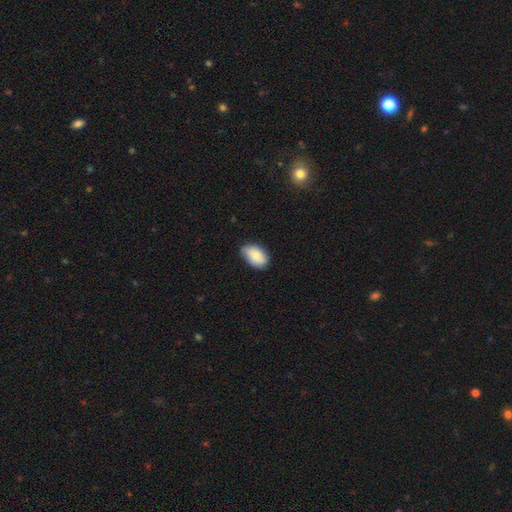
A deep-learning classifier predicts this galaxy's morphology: Overall: smooth (84%). How rounded: in between (91%). Merging: none (70%).